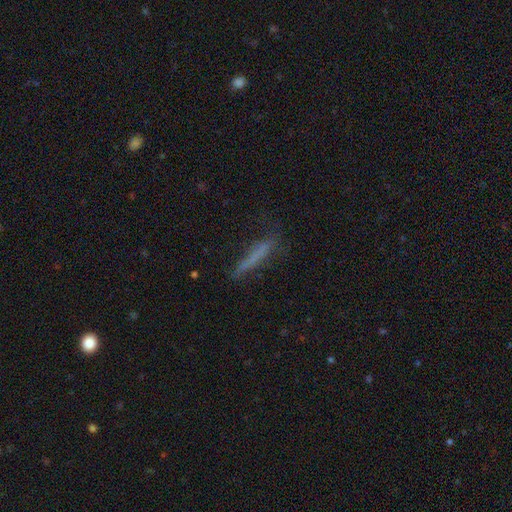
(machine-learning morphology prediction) Smooth or featured?
  - smooth: 61% *
  - featured or disk: 28%
  - star or artifact: 11%
How rounded?
  - cigar-shaped: 93% *
  - in between: 5%
  - round: 2%
Merging?
  - none: 68% *
  - minor disturbance: 21%
  - major disturbance: 9%
  - merger: 2%